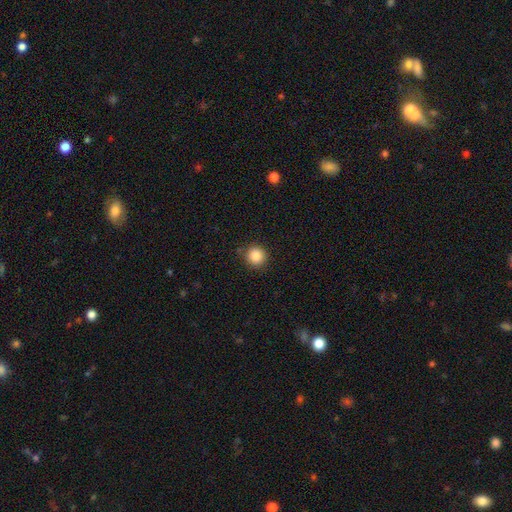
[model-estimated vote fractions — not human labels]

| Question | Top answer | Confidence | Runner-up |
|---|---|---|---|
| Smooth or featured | smooth | 87% | star or artifact (10%) |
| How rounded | round | 92% | in between (7%) |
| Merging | none | 85% | minor disturbance (11%) |